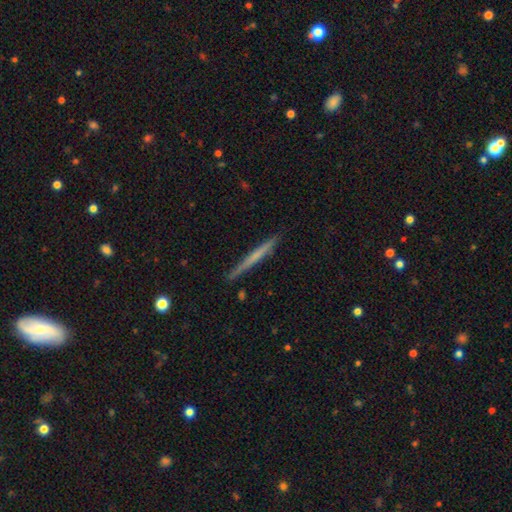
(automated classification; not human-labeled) Smooth or featured: featured or disk — 48% (smooth — 46%)
Merging: none — 90% (minor disturbance — 7%)